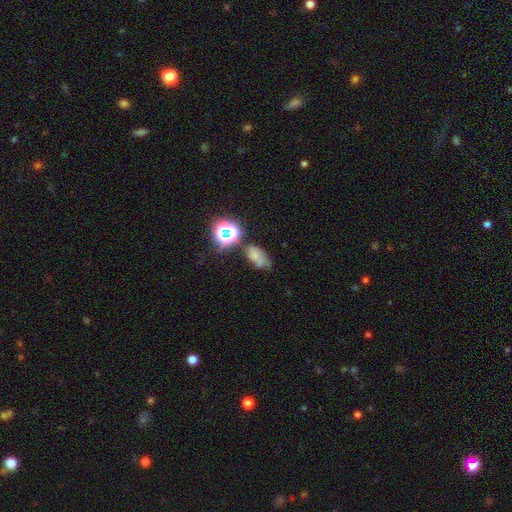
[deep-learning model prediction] smooth-or-featured: smooth: 55% | star or artifact: 26% | featured or disk: 19%
  how-rounded: in between: 82% | round: 14% | cigar-shaped: 4%
  merging: none: 41% | minor disturbance: 27% | major disturbance: 16% | merger: 15%